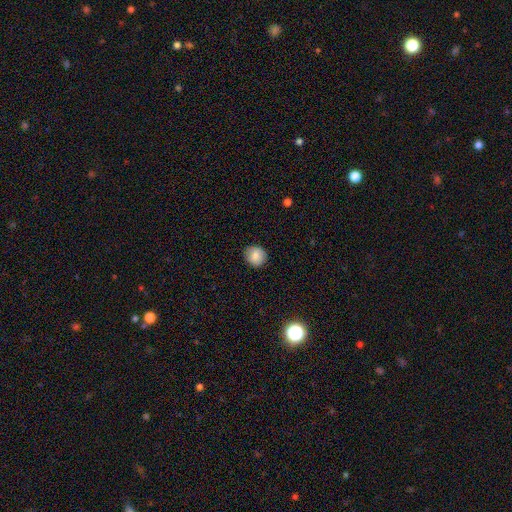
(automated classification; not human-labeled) Smooth or featured? Predicted: smooth (p=0.84). How rounded? Predicted: round (p=0.86). Merging? Predicted: none (p=0.89).